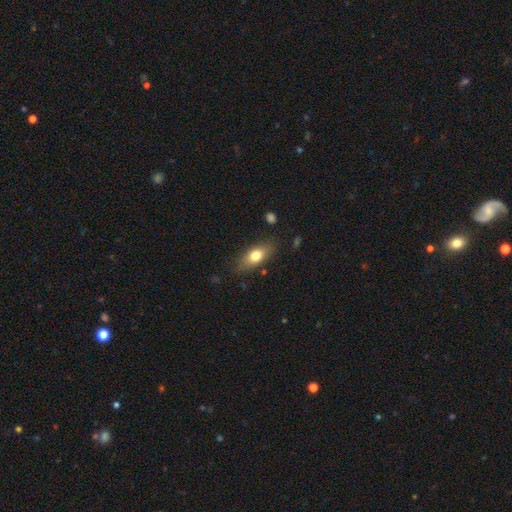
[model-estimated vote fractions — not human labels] The model was most divided on "smooth or featured": smooth: 74%, featured or disk: 19%, star or artifact: 8%. More confident: merging — none (80%); how rounded — in between (80%).